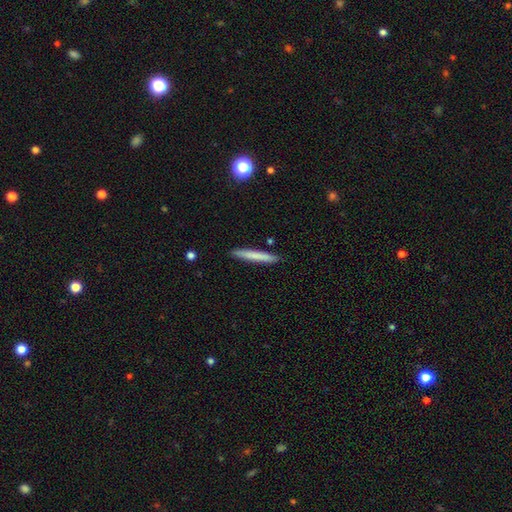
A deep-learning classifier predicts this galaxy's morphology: This appears to be a smooth galaxy with no disk features (73%) that is cigar-shaped (96%). Merging: none (90%).